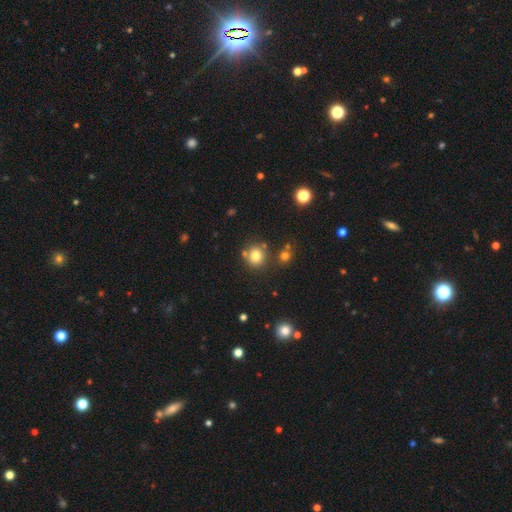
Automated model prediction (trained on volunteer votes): smooth_or_featured: smooth (p=0.78) [alt: star or artifact p=0.13]
how_rounded: round (p=0.86) [alt: in between p=0.13]
merging: none (p=0.72) [alt: merger p=0.14]